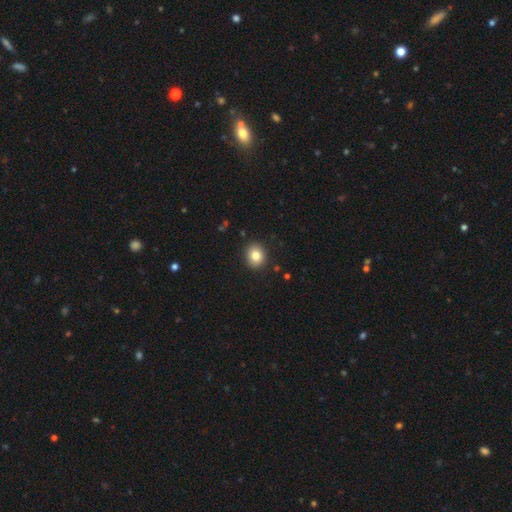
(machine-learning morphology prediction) The model was most divided on "how rounded": round: 68%, in between: 31%, cigar-shaped: 1%. More confident: merging — none (90%); smooth or featured — smooth (83%).